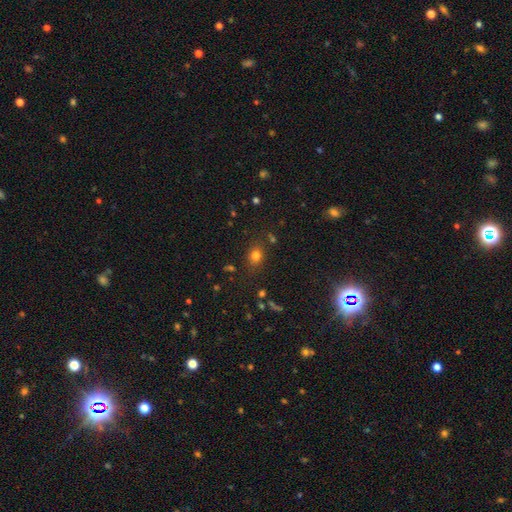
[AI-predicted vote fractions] Smooth or featured? smooth (75%)
How rounded? in between (50%)
Merging? none (80%)